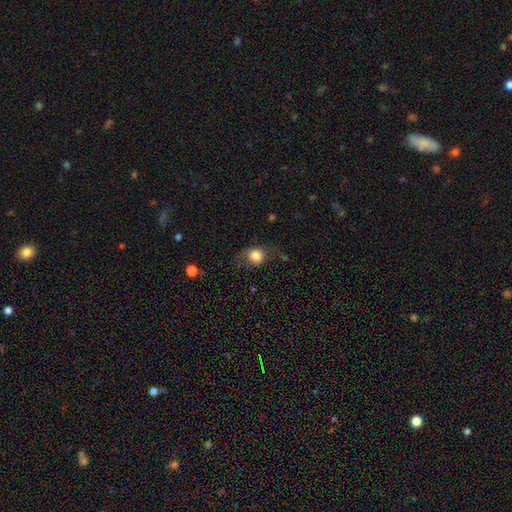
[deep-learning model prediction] The model was most divided on "how rounded": round: 62%, in between: 37%, cigar-shaped: 1%. More confident: smooth or featured — smooth (78%); merging — none (59%).